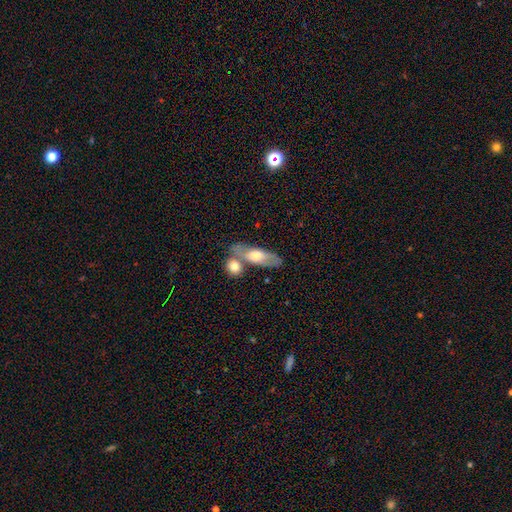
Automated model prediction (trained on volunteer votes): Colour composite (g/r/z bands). It shows a smooth galaxy with no disk features (58%) that is in between round and cigar-shaped (60%). Merging: none (50%).